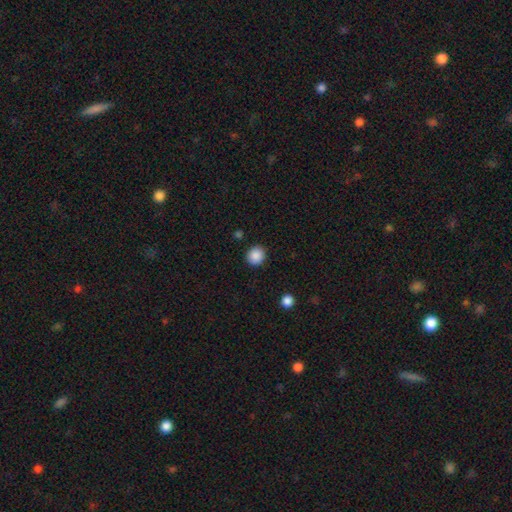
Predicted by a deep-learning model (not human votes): Smooth or featured? Predicted: smooth (p=0.88). How rounded? Predicted: round (p=0.88). Merging? Predicted: none (p=0.91).